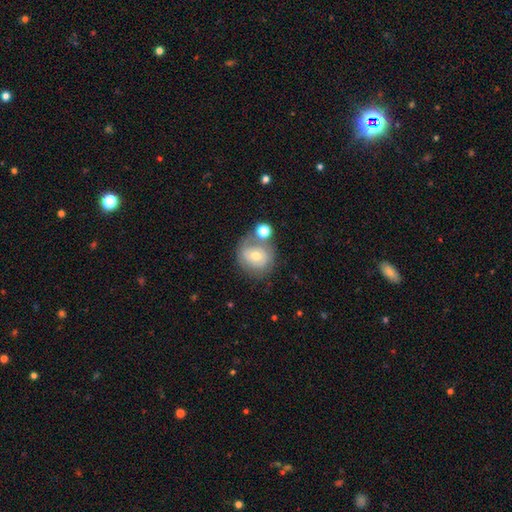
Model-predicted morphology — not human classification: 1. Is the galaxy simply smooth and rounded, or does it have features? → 49% featured or disk, 42% smooth, 8% star or artifact.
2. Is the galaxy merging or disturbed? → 48% none, 22% merger, 19% minor disturbance, 11% major disturbance.